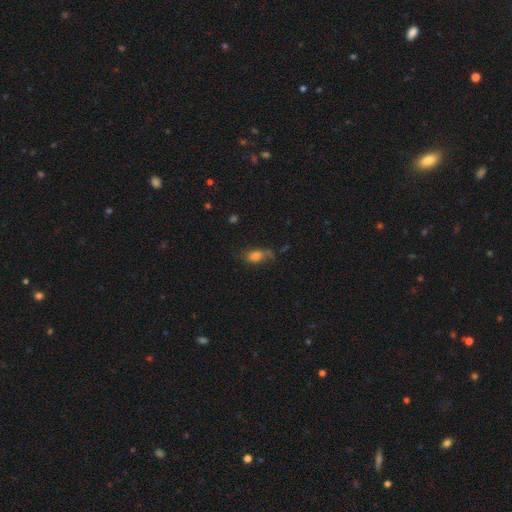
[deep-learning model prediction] A smooth galaxy with no disk features (67%) that is in between round and cigar-shaped (78%). Merging: none (49%).